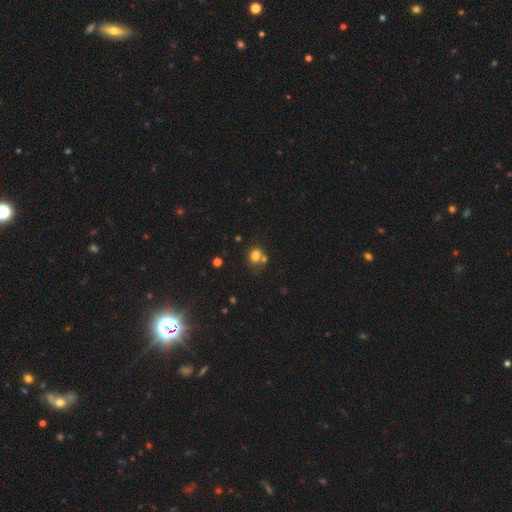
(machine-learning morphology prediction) Smooth or featured? Predicted: smooth (p=0.78). How rounded? Predicted: round (p=0.62). Merging? Predicted: none (p=0.52).